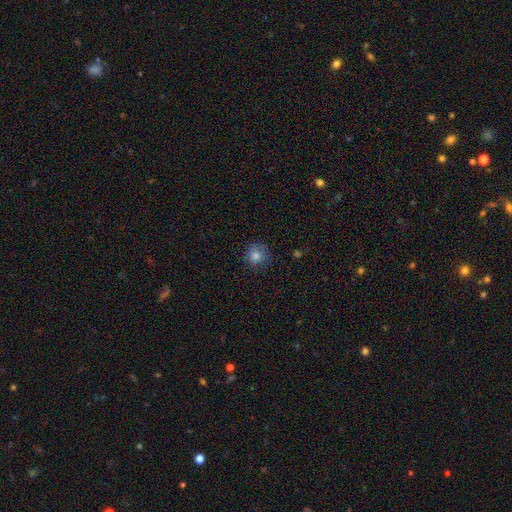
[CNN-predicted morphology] Smooth or featured? smooth (81%)
How rounded? round (89%)
Merging? none (79%)